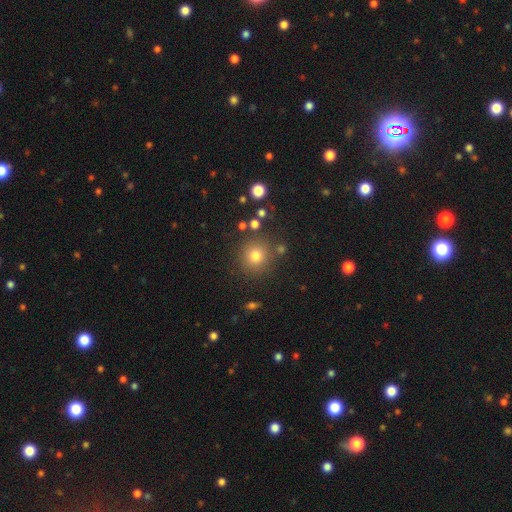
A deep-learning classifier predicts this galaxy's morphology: The model was most divided on "smooth or featured": smooth: 77%, star or artifact: 15%, featured or disk: 8%. More confident: how rounded — round (92%); merging — none (84%).